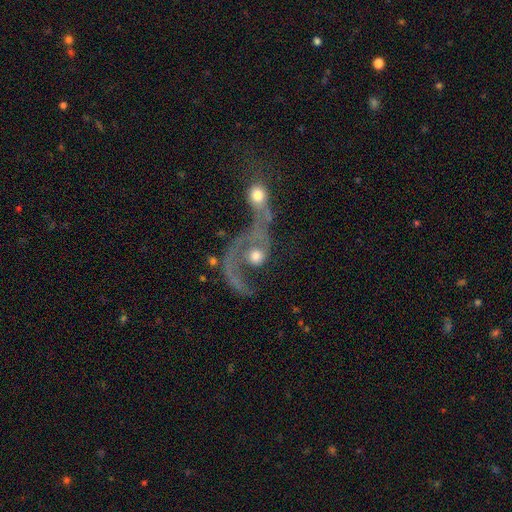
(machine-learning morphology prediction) Overall: featured or disk (65%; smooth 26%). Edge-on disk: no (96%). Bar: no (80%). Spiral arms: yes (69%; no 31%). Bulge size: moderate (58%; large 19%). Merging: merger (59%; major disturbance 22%).